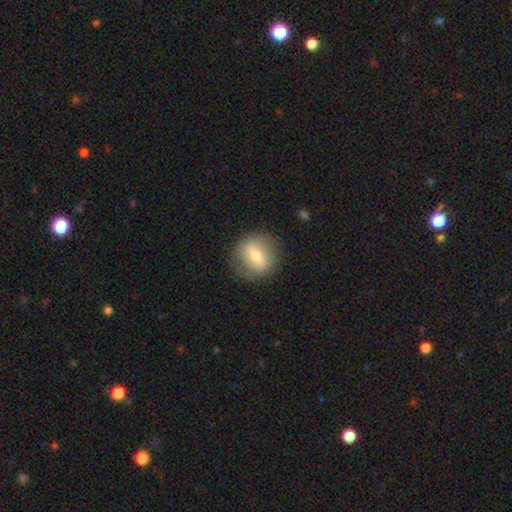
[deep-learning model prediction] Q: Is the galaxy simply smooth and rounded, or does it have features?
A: smooth — 48%.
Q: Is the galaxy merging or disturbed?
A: none — 78%.